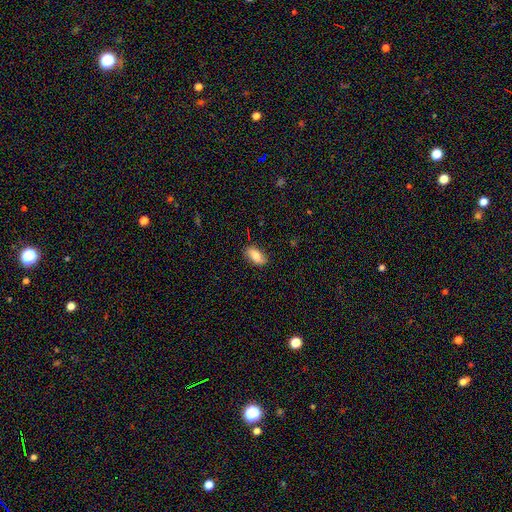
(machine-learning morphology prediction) smooth_or_featured: smooth (p=0.78) [alt: featured or disk p=0.15]
how_rounded: in between (p=0.90) [alt: cigar-shaped p=0.06]
merging: none (p=0.82) [alt: minor disturbance p=0.14]